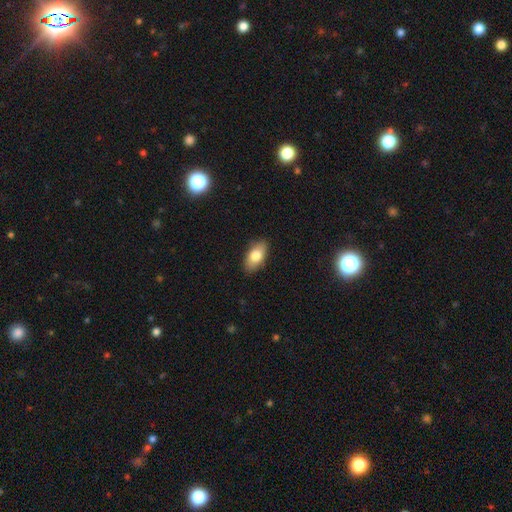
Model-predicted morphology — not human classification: A smooth galaxy with no disk features (79%) that is in between round and cigar-shaped (92%). Merging: none (87%).